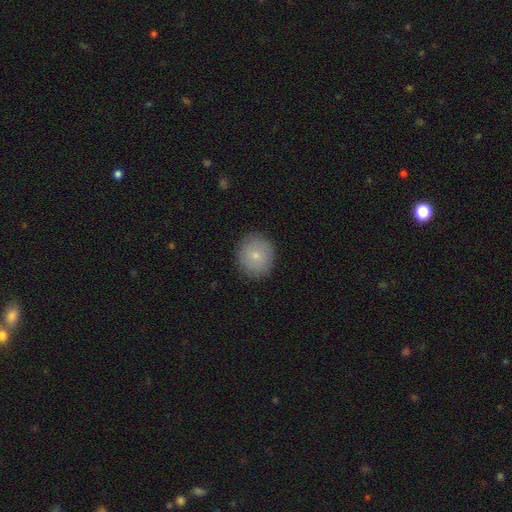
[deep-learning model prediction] Morphology: type=smooth (76%); roundness=round (82%); merging=none (87%).